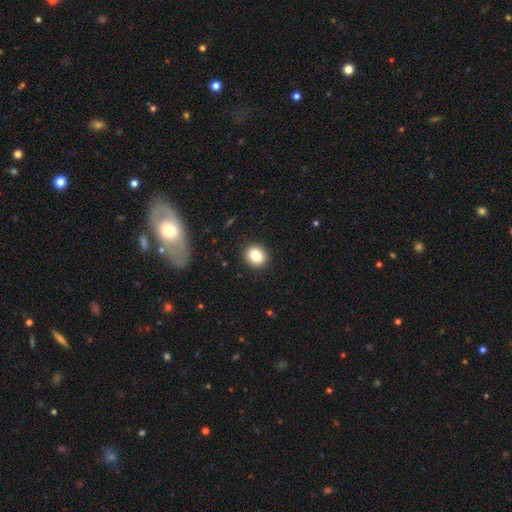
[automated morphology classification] Smooth or featured? Predicted: smooth (p=0.84). How rounded? Predicted: round (p=0.69). Merging? Predicted: none (p=0.91).